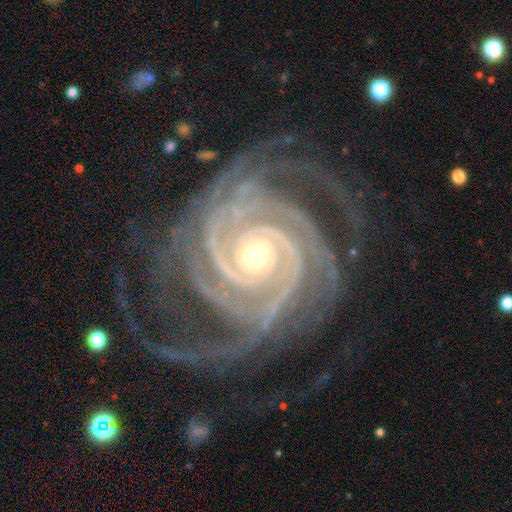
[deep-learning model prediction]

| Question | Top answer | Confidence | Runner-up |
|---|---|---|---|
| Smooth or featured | featured or disk | 94% | star or artifact (4%) |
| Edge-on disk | no | 98% | yes (2%) |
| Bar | no | 63% | weak (19%) |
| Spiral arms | yes | 99% | no (1%) |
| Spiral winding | tight | 82% | medium (15%) |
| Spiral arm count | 4 | 27% | 3 (21%) |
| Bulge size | small | 59% | moderate (38%) |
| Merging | none | 71% | minor disturbance (17%) |